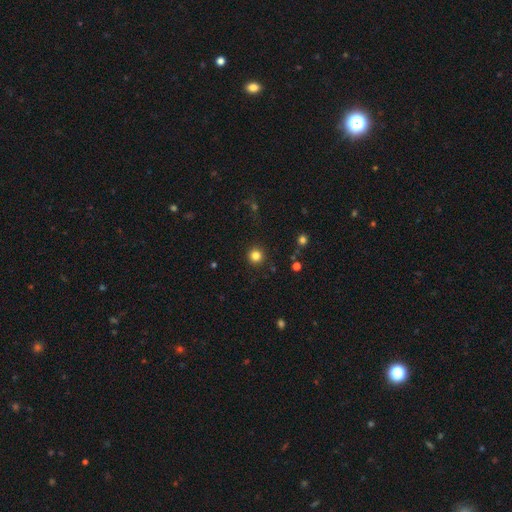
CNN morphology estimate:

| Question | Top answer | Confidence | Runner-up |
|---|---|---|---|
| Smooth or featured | smooth | 82% | star or artifact (13%) |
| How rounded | round | 95% | in between (4%) |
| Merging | none | 91% | minor disturbance (5%) |